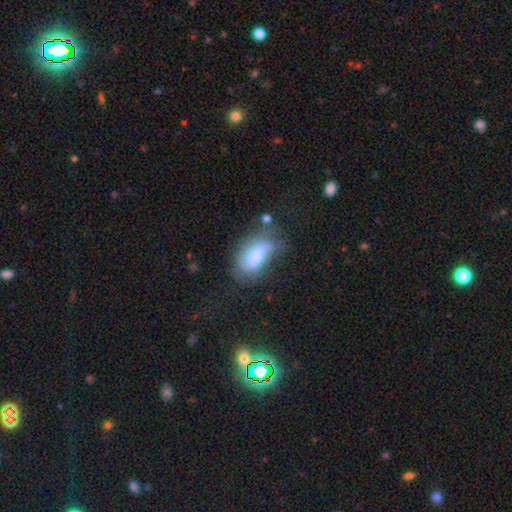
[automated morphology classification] This is likely a smooth galaxy (66%). How rounded: clearly in between (88%). Merging: marginally none (35%).